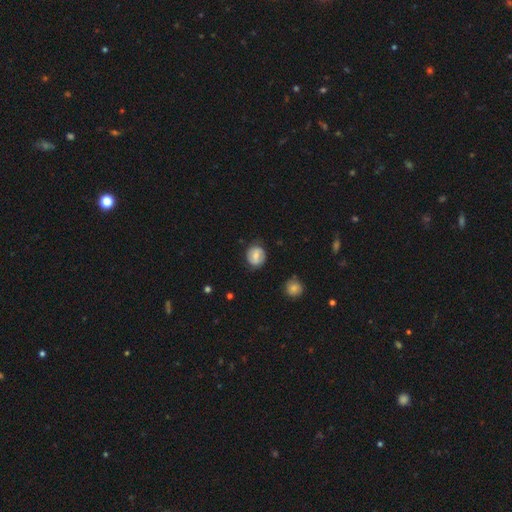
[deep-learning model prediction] Morphology: type=smooth (56%); roundness=round (77%); merging=none (77%).